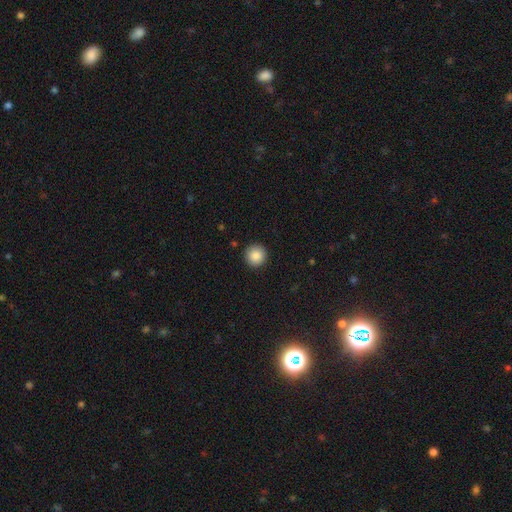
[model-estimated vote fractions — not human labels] This is clearly a smooth galaxy (87%). How rounded: clearly round (96%). Merging: clearly none (92%).